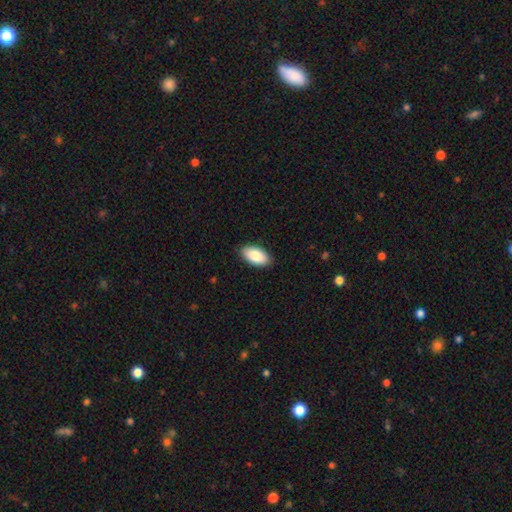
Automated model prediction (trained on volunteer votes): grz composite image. It shows a smooth galaxy with no disk features (87%) that is in between round and cigar-shaped (95%). Merging: none (88%).